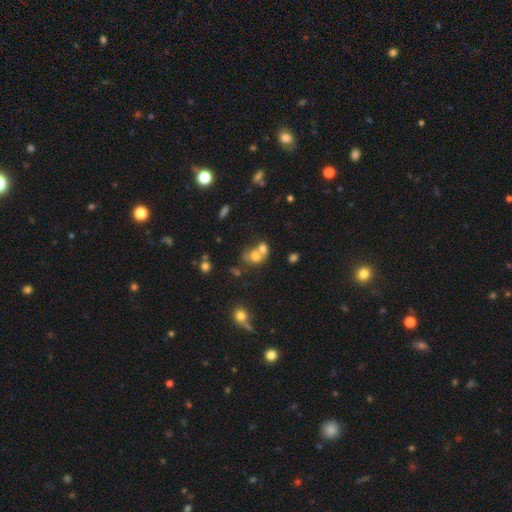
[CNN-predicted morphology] A smooth galaxy with no disk features (66%) that is round (49%, tied with in between).

Vote fractions:
- Smooth or featured? smooth: 66% / featured or disk: 21% / star or artifact: 13%
- How rounded? round: 49% (tied) / in between: 49% (tied) / cigar-shaped: 1%
- Merging? merger: 66% / none: 22% / minor disturbance: 7% / major disturbance: 5%